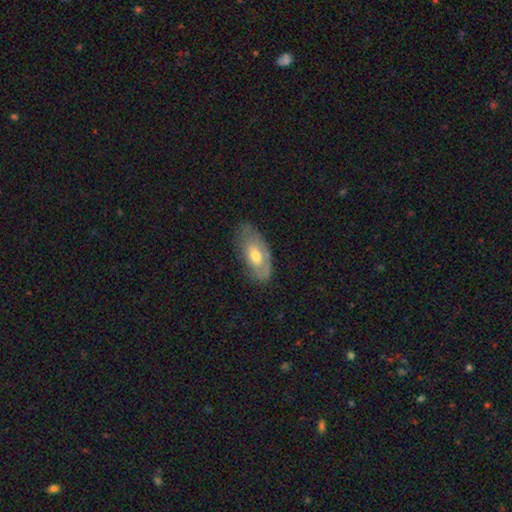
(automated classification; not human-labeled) A smooth galaxy with no disk features (53%) that is in between round and cigar-shaped (89%). Merging: none (67%).